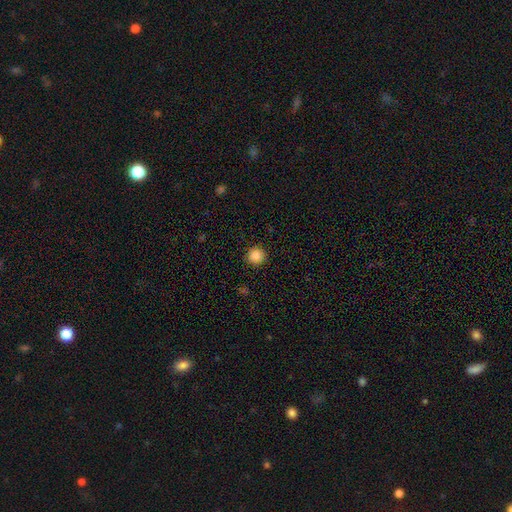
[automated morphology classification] A smooth galaxy with no disk features (87%) that is round (94%).

Vote fractions:
- Smooth or featured? smooth: 87% / star or artifact: 10% / featured or disk: 3%
- How rounded? round: 94% / in between: 5% / cigar-shaped: 1%
- Merging? none: 92% / minor disturbance: 5% / major disturbance: 2% / merger: 1%